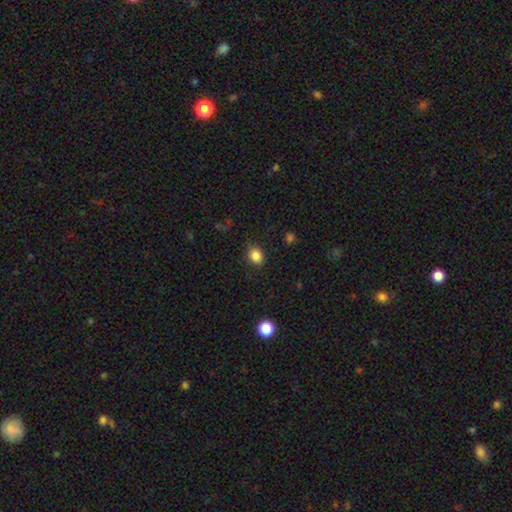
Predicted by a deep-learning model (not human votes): Smooth or featured: smooth — 85% (star or artifact — 11%)
How rounded: round — 63% (in between — 37%)
Merging: none — 84% (minor disturbance — 11%)